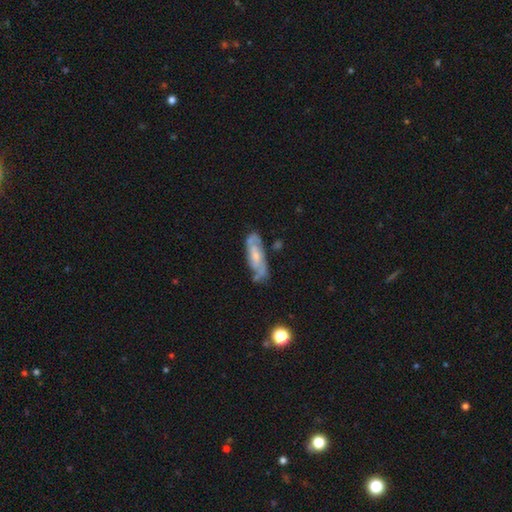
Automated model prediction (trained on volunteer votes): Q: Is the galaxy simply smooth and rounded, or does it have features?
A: featured or disk — 74%.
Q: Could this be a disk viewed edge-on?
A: no — 85%.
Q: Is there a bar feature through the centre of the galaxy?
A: no — 52%.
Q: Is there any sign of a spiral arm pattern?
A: yes — 88%.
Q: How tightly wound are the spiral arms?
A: medium — 45%.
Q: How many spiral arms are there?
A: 2 — 65%.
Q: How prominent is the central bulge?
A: small — 51%.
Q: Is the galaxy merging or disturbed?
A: none — 65%.